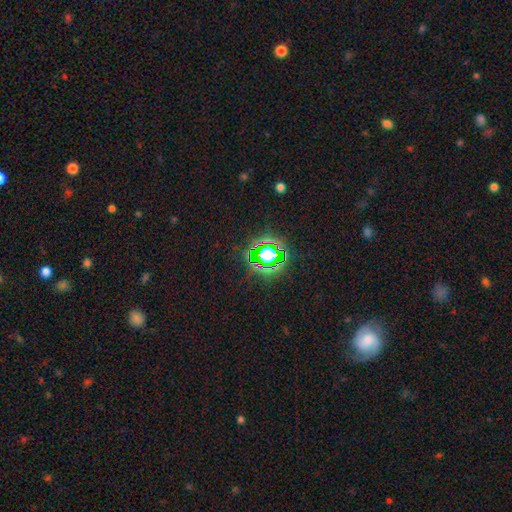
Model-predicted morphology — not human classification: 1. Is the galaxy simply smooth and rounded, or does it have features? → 75% star or artifact, 16% smooth, 9% featured or disk.